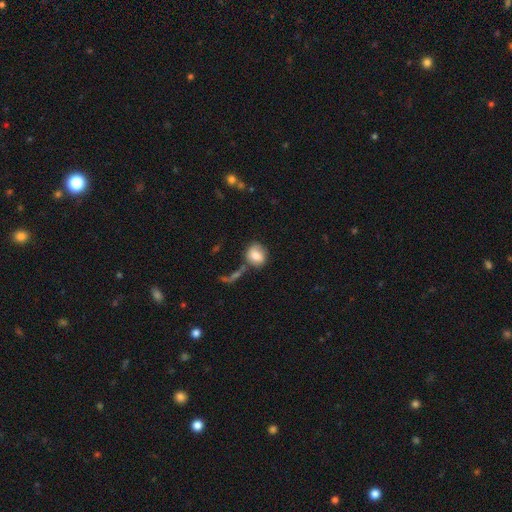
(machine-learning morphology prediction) type=smooth (77%); roundness=round (74%); merging=none (63%).